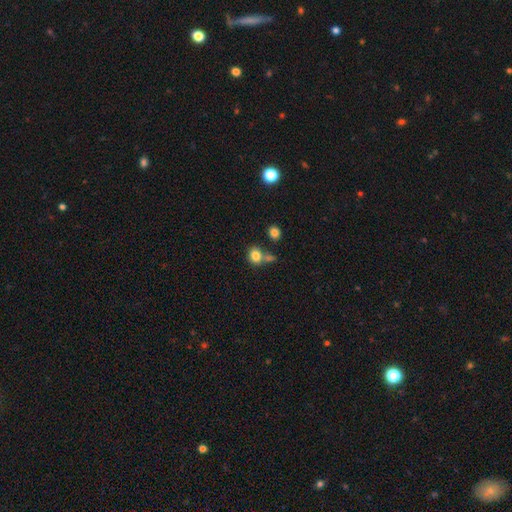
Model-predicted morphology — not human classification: smooth 82%, star or artifact 11%, featured or disk 7%. Down the decision tree: how rounded — round (75%); merging — none (56%).